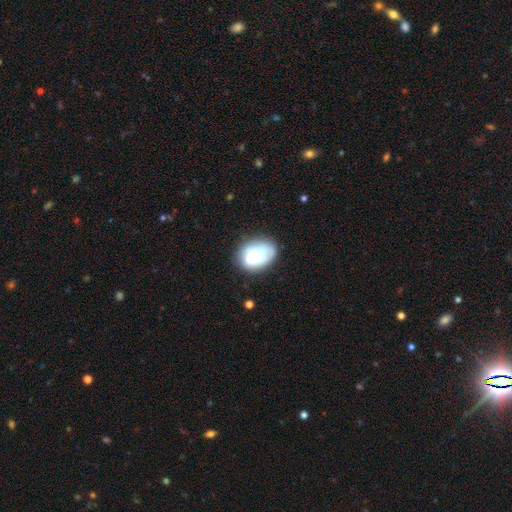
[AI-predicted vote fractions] Smooth or featured?
  - smooth: 57% *
  - featured or disk: 34%
  - star or artifact: 8%
How rounded?
  - in between: 72% *
  - round: 27%
  - cigar-shaped: 1%
Merging?
  - none: 67% *
  - minor disturbance: 22%
  - major disturbance: 8%
  - merger: 3%